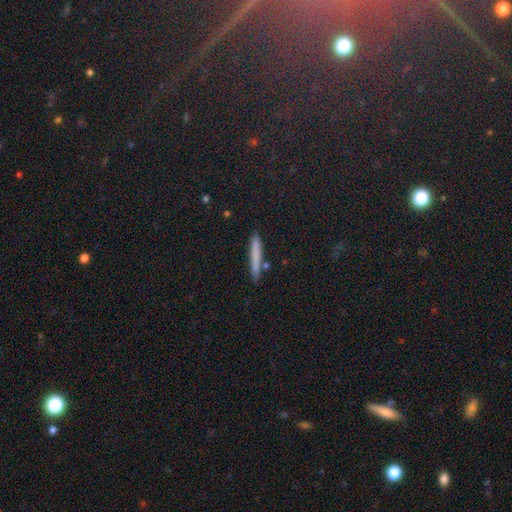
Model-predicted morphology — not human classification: Q: Smooth or featured?
A: smooth (71%); runner-up: featured or disk (19%)
Q: How rounded?
A: cigar-shaped (95%); runner-up: in between (3%)
Q: Merging?
A: none (86%); runner-up: minor disturbance (9%)